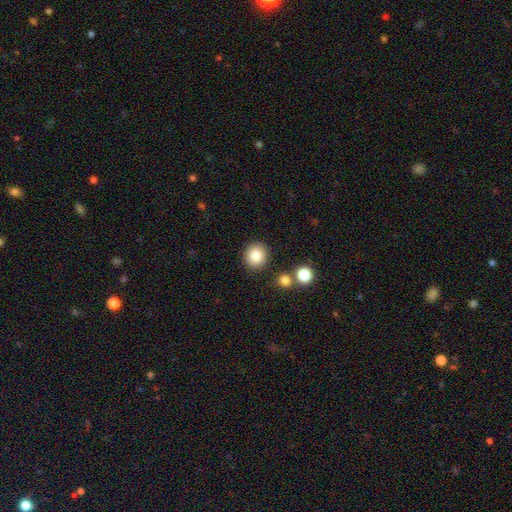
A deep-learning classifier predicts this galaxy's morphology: Smooth or featured? Predicted: smooth (p=0.84). How rounded? Predicted: round (p=0.89). Merging? Predicted: none (p=0.87).